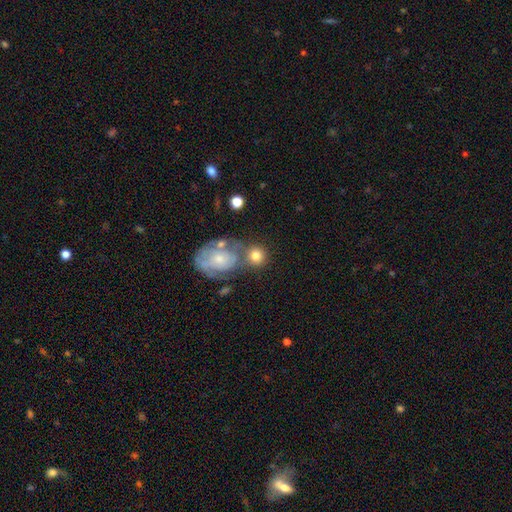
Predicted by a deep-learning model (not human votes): Smooth or featured? Predicted: smooth (p=0.73). How rounded? Predicted: round (p=0.83). Merging? Predicted: none (p=0.51).